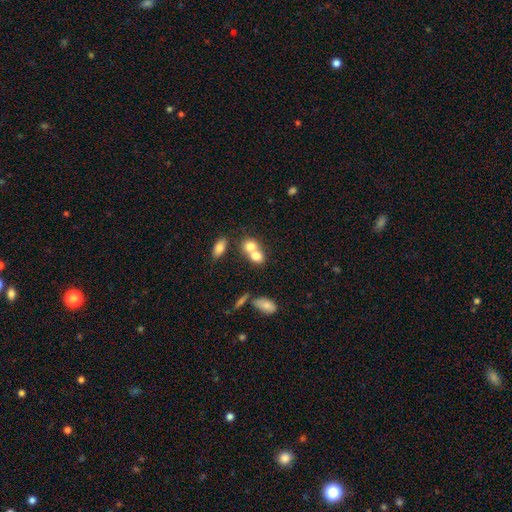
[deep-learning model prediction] This appears to be a smooth galaxy with no disk features (73%) that is round (56%). Merging: merger (67%).